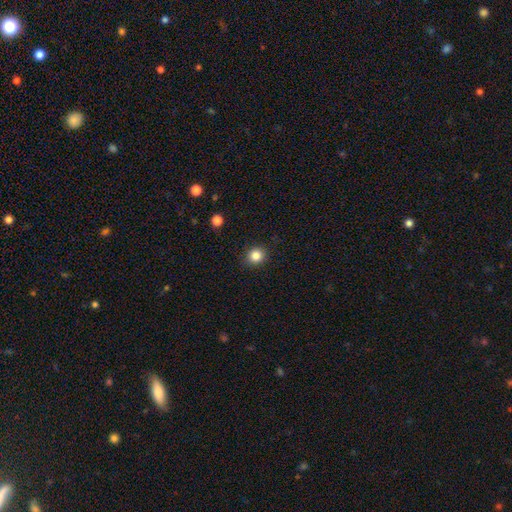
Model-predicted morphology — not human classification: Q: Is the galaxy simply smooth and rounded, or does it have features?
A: smooth — 84%.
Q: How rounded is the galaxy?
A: round — 82%.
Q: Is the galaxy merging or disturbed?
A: none — 89%.